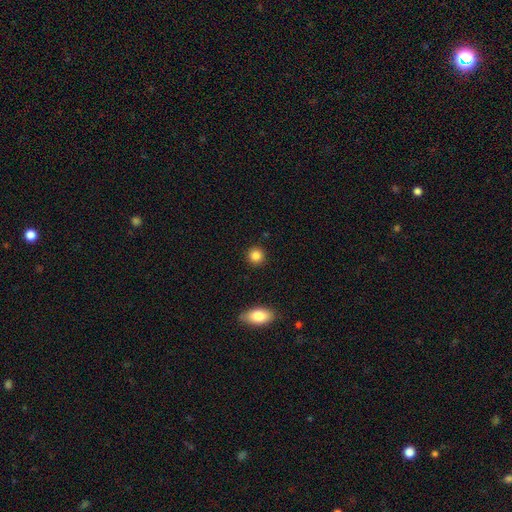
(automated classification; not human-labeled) Smooth or featured: smooth — 85% (star or artifact — 10%)
How rounded: round — 92% (in between — 7%)
Merging: none — 91% (minor disturbance — 6%)